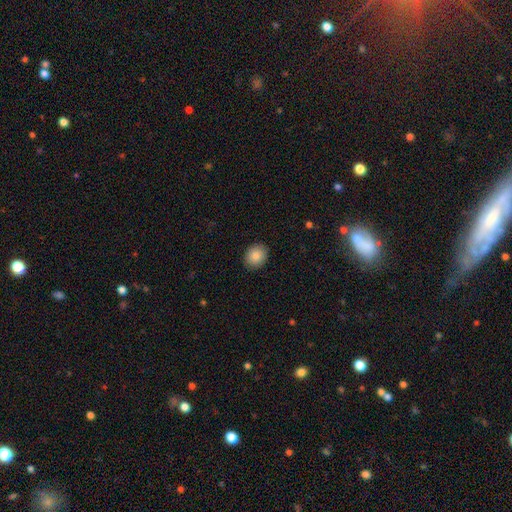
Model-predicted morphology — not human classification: smooth-or-featured: smooth: 86% | star or artifact: 8% | featured or disk: 6%
  how-rounded: round: 60% | in between: 39% | cigar-shaped: 1%
  merging: none: 89% | minor disturbance: 8% | major disturbance: 2% | merger: 1%